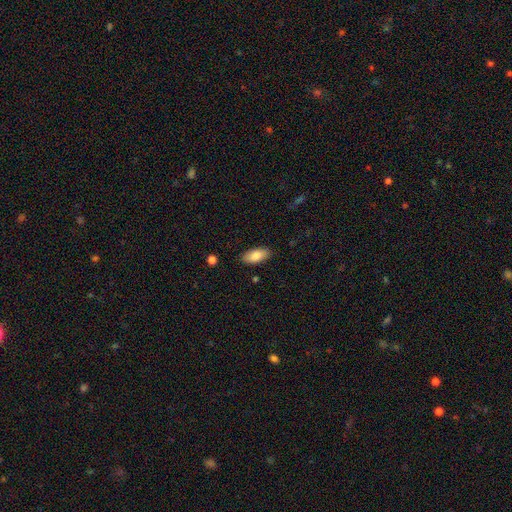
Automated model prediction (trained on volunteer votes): Smooth or featured? smooth (84%)
How rounded? in between (90%)
Merging? none (88%)